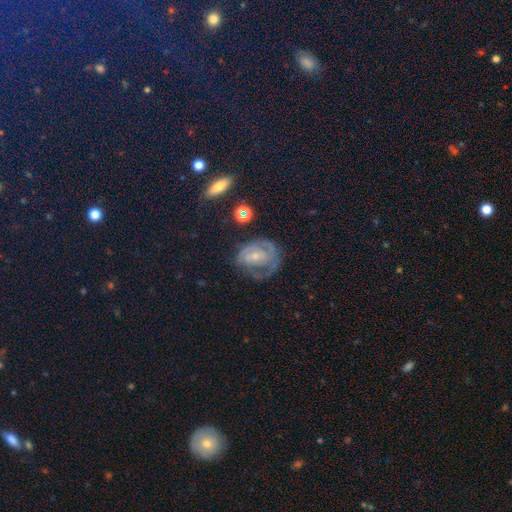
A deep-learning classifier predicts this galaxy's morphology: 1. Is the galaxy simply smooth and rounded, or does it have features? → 68% featured or disk, 21% smooth, 11% star or artifact.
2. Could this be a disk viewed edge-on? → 97% no, 3% yes.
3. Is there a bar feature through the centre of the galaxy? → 62% no, 30% weak, 8% strong.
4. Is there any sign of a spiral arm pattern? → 76% yes, 24% no.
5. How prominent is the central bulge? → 67% small, 25% moderate, 5% none, 2% large, 1% dominant.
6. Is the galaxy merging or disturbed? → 51% none, 24% minor disturbance, 22% major disturbance, 3% merger.